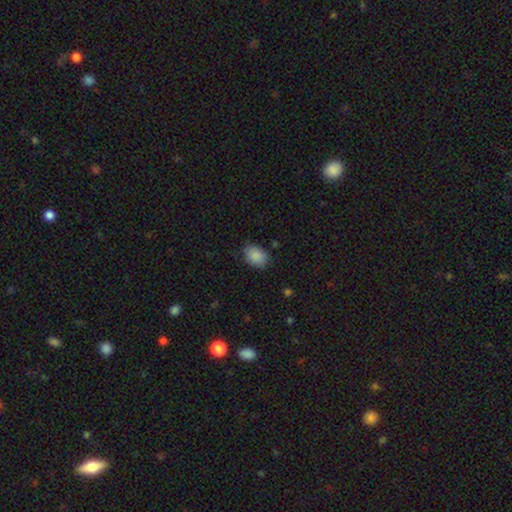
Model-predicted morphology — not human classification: Smooth or featured? Predicted: smooth (p=0.88). How rounded? Predicted: in between (p=0.73). Merging? Predicted: none (p=0.77).